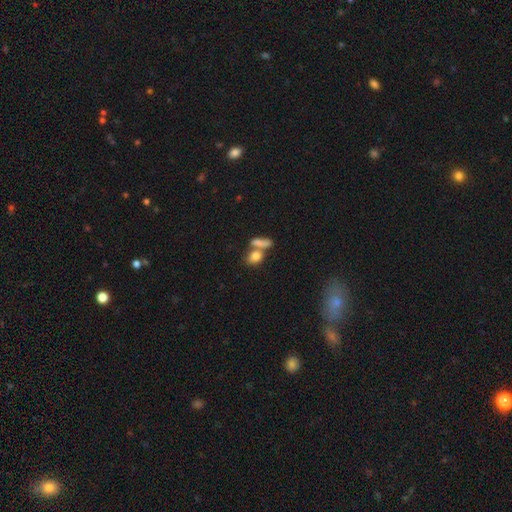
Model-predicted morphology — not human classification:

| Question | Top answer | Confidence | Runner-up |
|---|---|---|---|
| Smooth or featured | smooth | 79% | featured or disk (11%) |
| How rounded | in between | 64% | round (28%) |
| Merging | merger | 47% | none (38%) |